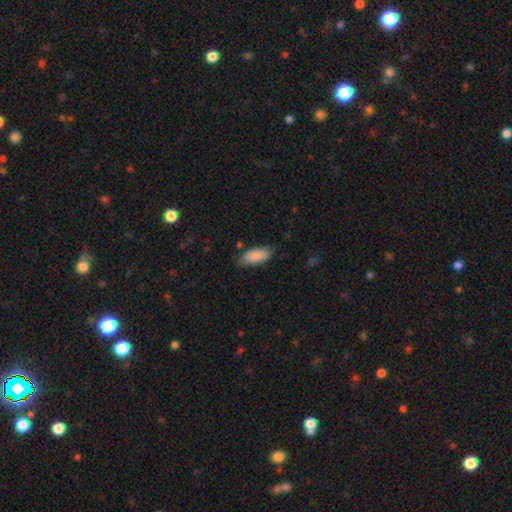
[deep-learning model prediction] smooth 88%, star or artifact 6%, featured or disk 6%. Down the decision tree: how rounded — in between (81%); merging — none (77%).